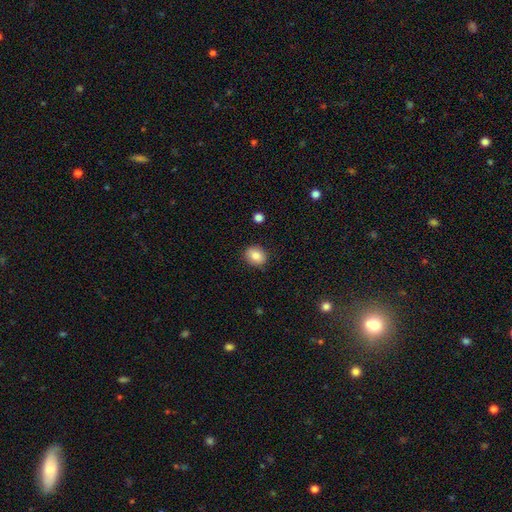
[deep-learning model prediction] Morphology: type=smooth (85%); roundness=round (56%); merging=none (87%).